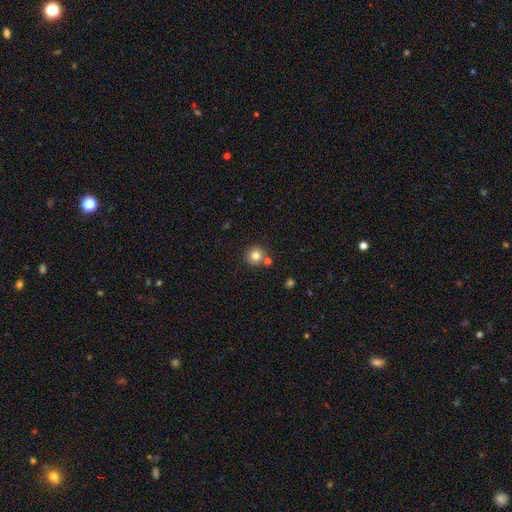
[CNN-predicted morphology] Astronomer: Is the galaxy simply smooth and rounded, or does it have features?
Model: smooth — 80%.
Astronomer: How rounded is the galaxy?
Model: round — 93%.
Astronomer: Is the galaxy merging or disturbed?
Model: none — 76%.